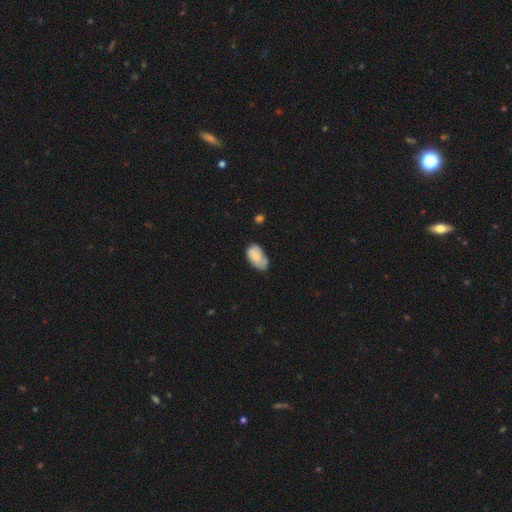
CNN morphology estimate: type=smooth (71%); roundness=in between (94%); merging=none (52%).